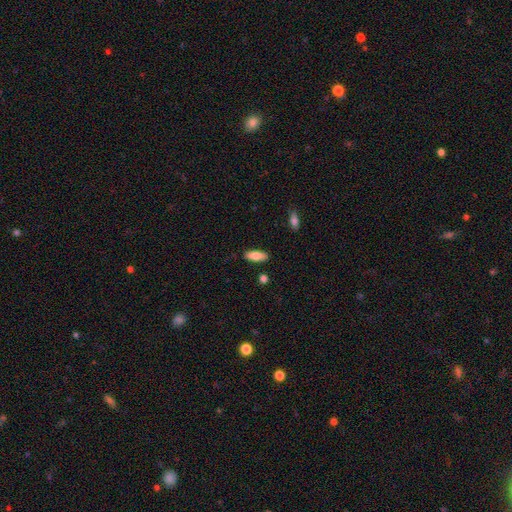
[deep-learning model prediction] Smooth or featured? smooth (83%)
How rounded? in between (72%)
Merging? none (85%)